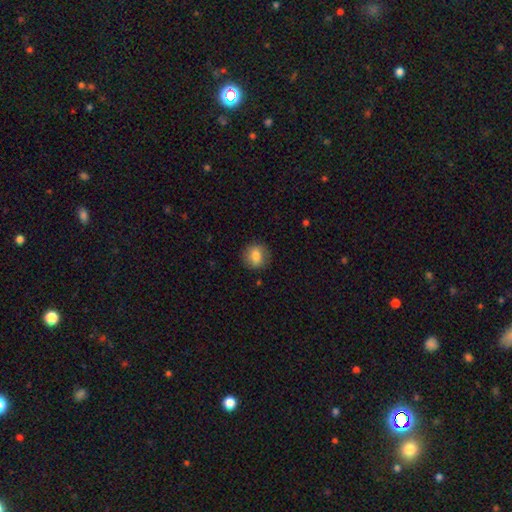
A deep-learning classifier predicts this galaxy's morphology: A smooth galaxy with no disk features (80%) that is round (82%).

Vote fractions:
- Smooth or featured? smooth: 80% / featured or disk: 11% / star or artifact: 9%
- How rounded? round: 82% / in between: 17% / cigar-shaped: 1%
- Merging? none: 85% / minor disturbance: 10% / major disturbance: 3% / merger: 1%